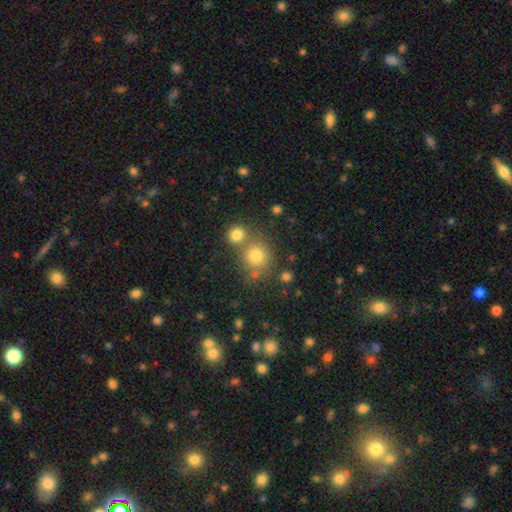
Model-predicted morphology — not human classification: smooth-or-featured: smooth: 77% | star or artifact: 15% | featured or disk: 8%
  how-rounded: round: 86% | in between: 13% | cigar-shaped: 1%
  merging: none: 61% | merger: 27% | minor disturbance: 9% | major disturbance: 3%